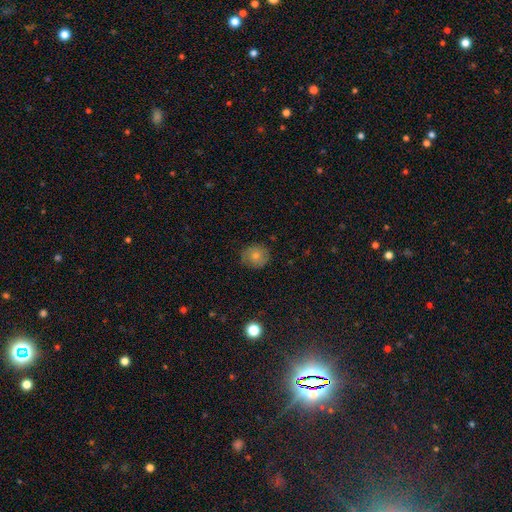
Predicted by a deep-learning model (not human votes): This appears to be a smooth galaxy with no disk features (68%) that is round (81%). Merging: none (75%).